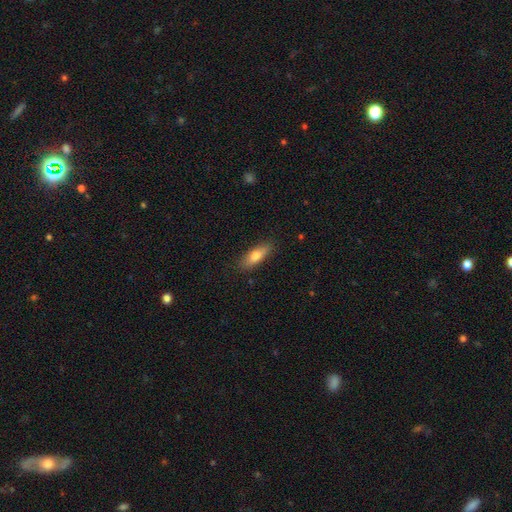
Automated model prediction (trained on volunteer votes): The model was most divided on "how rounded": in between: 57%, cigar-shaped: 40%, round: 2%. More confident: merging — none (86%); smooth or featured — smooth (75%).